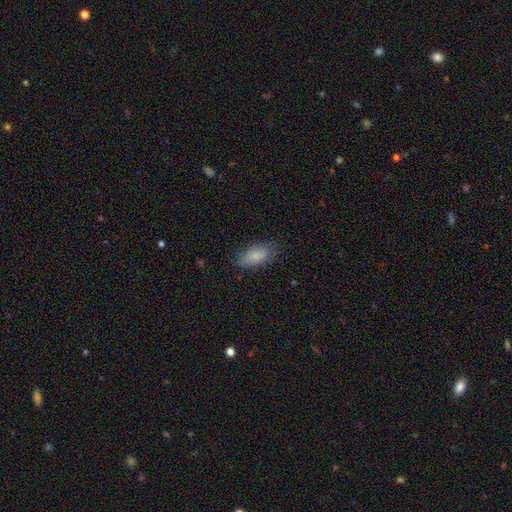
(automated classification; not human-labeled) Smooth or featured? Predicted: smooth (p=0.84). How rounded? Predicted: in between (p=0.89). Merging? Predicted: none (p=0.78).